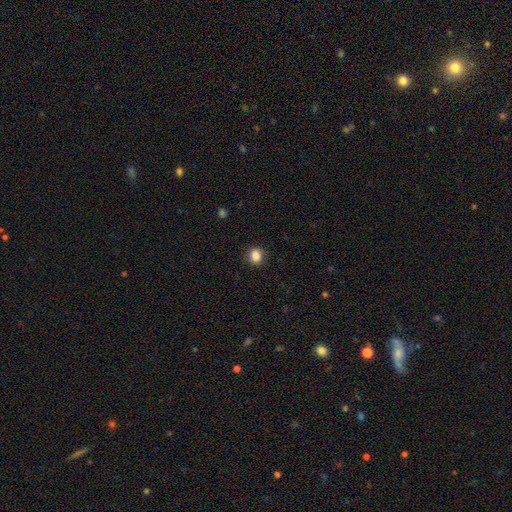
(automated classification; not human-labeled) Smooth or featured: smooth — 86% (star or artifact — 10%)
How rounded: round — 71% (in between — 28%)
Merging: none — 88% (minor disturbance — 9%)